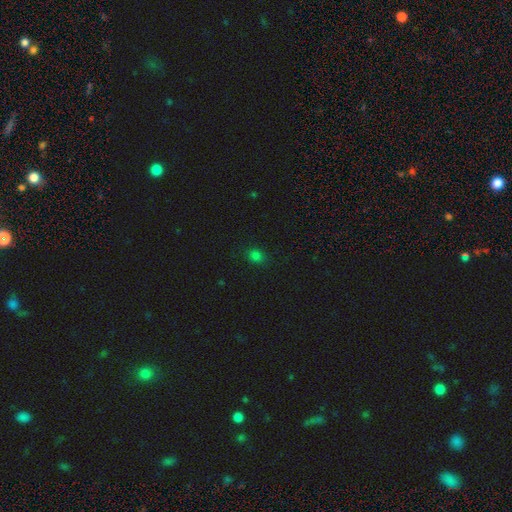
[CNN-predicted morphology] type=smooth (78%); roundness=round (62%); merging=none (86%).